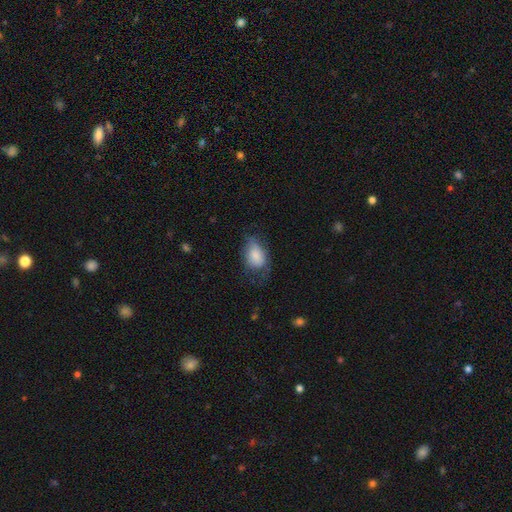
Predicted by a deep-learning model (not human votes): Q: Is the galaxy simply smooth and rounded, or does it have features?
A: smooth — 77%.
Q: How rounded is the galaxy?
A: in between — 85%.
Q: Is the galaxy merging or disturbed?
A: none — 42%.